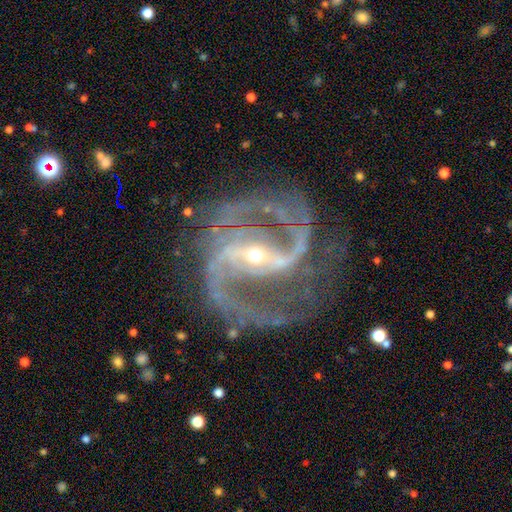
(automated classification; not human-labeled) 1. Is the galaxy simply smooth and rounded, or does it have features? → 93% featured or disk, 5% star or artifact, 2% smooth.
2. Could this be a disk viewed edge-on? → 98% no, 2% yes.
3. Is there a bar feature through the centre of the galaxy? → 62% strong, 28% weak, 11% no.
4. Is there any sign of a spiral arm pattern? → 98% yes, 2% no.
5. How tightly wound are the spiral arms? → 56% medium, 30% loose, 15% tight.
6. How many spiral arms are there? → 88% 2, 4% 3, 3% can't tell, 2% 1, 2% 4, 2% more than 4.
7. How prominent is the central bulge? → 64% small, 33% moderate, 2% large, 1% none, 1% dominant.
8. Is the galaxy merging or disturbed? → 63% none, 17% major disturbance, 17% minor disturbance, 3% merger.